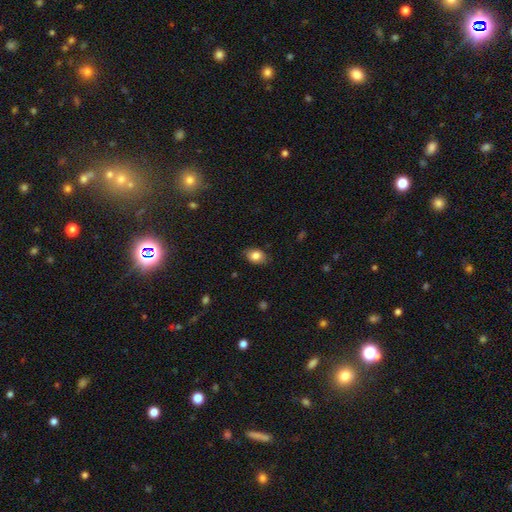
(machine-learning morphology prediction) smooth-or-featured: smooth: 83% | featured or disk: 9% | star or artifact: 8%
  how-rounded: in between: 78% | round: 20% | cigar-shaped: 1%
  merging: none: 83% | minor disturbance: 13% | major disturbance: 3% | merger: 1%